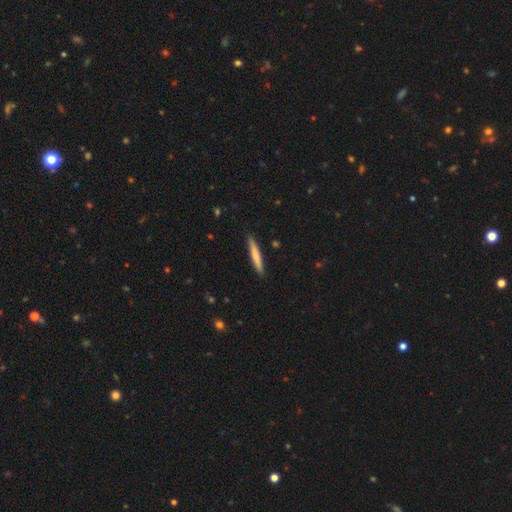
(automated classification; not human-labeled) This is likely a smooth galaxy (70%). How rounded: clearly cigar-shaped (95%). Merging: clearly none (91%).